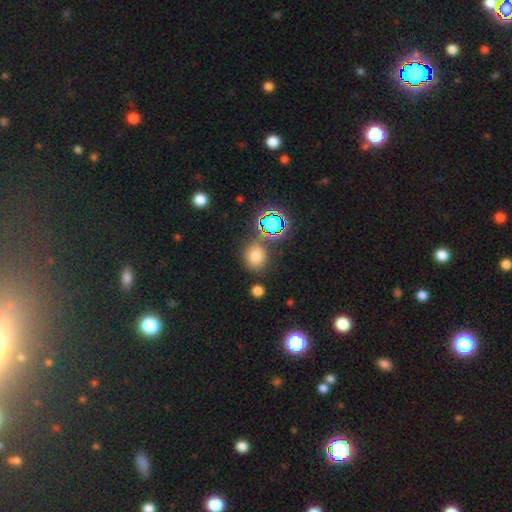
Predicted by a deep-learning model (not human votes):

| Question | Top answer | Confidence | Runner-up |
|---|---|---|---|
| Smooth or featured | smooth | 69% | star or artifact (23%) |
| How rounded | round | 75% | in between (24%) |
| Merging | none | 77% | minor disturbance (12%) |